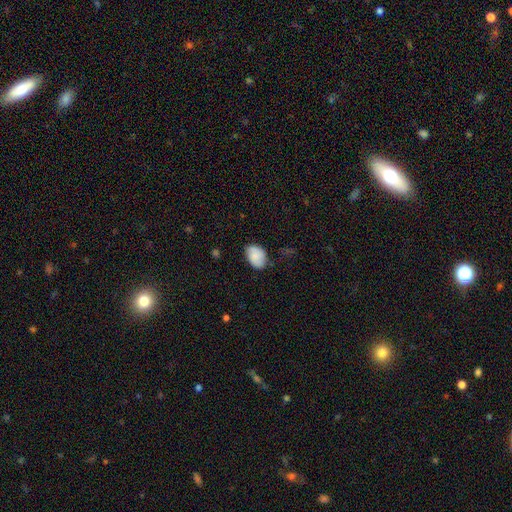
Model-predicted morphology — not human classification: This appears to be a smooth galaxy with no disk features (84%) that is in between round and cigar-shaped (85%). Merging: none (73%).